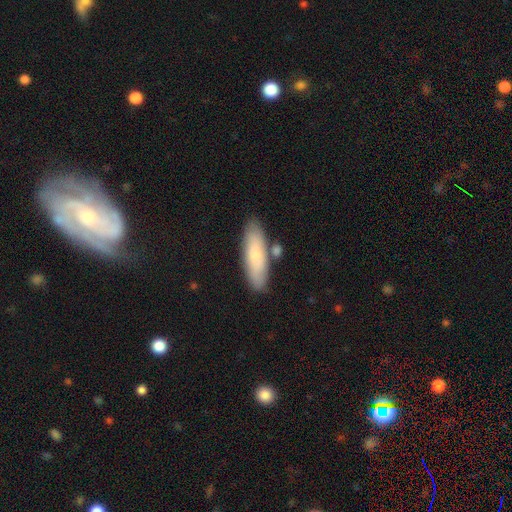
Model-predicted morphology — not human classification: Smooth or featured?
  - smooth: 75% *
  - featured or disk: 19%
  - star or artifact: 6%
How rounded?
  - cigar-shaped: 55% *
  - in between: 43%
  - round: 2%
Merging?
  - none: 78% *
  - minor disturbance: 12%
  - merger: 8%
  - major disturbance: 2%